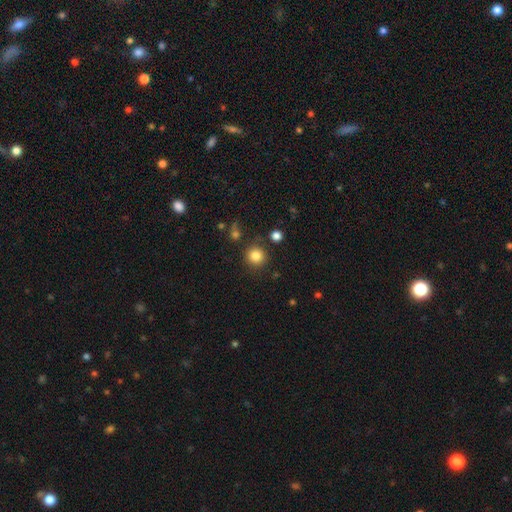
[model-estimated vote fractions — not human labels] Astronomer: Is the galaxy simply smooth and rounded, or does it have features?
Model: smooth — 83%.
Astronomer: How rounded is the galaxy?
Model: round — 92%.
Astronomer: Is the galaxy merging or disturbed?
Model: none — 85%.